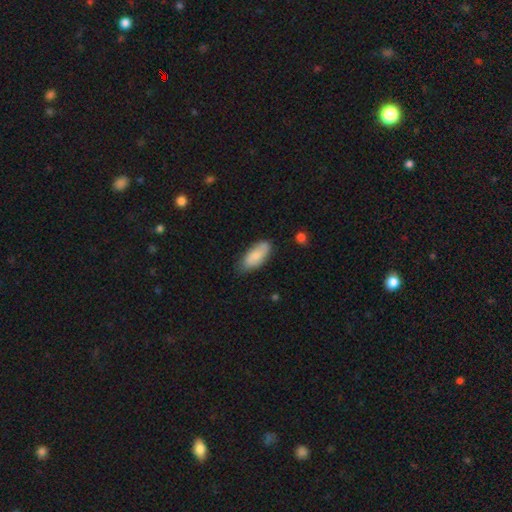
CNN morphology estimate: Smooth or featured? Predicted: smooth (p=0.78). How rounded? Predicted: in between (p=0.87). Merging? Predicted: none (p=0.72).